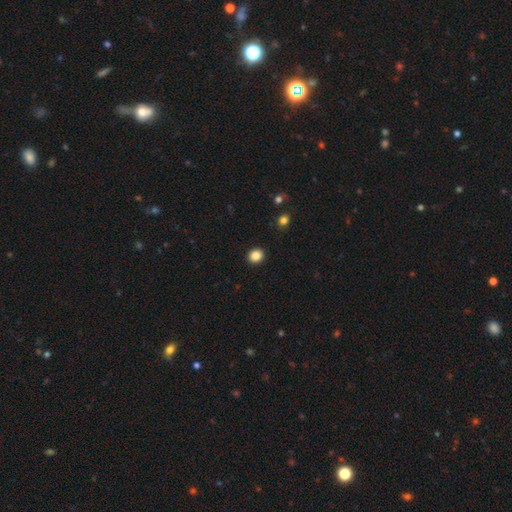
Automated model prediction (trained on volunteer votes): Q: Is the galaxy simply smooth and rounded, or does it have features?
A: smooth — 86%.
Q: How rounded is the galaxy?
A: round — 73%.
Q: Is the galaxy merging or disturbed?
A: none — 92%.